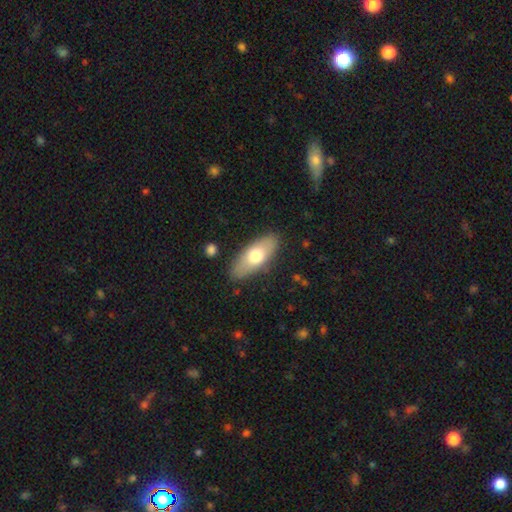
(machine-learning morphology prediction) Overall: smooth (67%; featured or disk 27%). How rounded: in between (79%). Merging: none (84%).